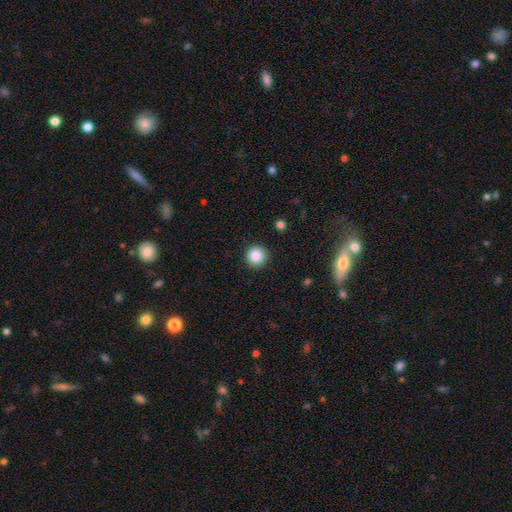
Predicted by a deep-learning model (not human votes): smooth 86%, star or artifact 10%, featured or disk 4%. Down the decision tree: how rounded — round (95%); merging — none (91%).